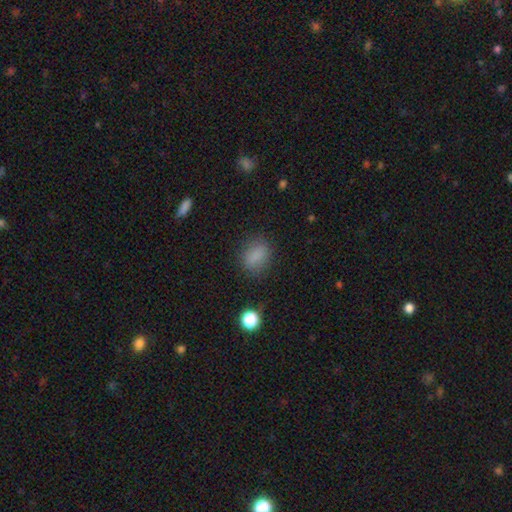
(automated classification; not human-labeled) Overall: smooth (82%). How rounded: in between (65%; round 32%). Merging: none (81%).